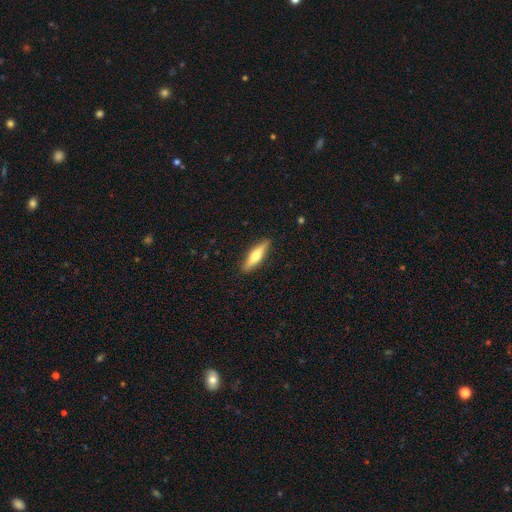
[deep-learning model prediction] featured or disk 48%, smooth 47%, star or artifact 6%. Down the decision tree: merging — none (90%).